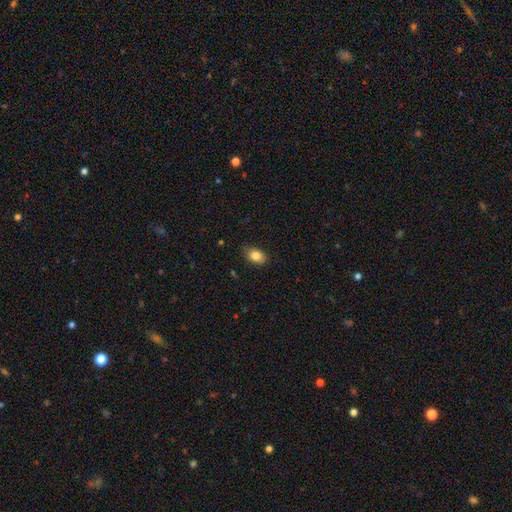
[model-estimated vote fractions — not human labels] Morphology: type=smooth (85%); roundness=in between (82%); merging=none (82%).